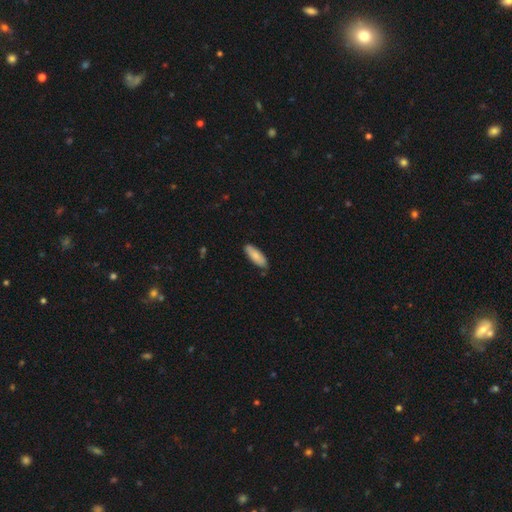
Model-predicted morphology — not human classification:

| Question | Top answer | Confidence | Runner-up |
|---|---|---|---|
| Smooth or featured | smooth | 83% | featured or disk (12%) |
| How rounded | in between | 68% | cigar-shaped (31%) |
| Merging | none | 83% | minor disturbance (13%) |